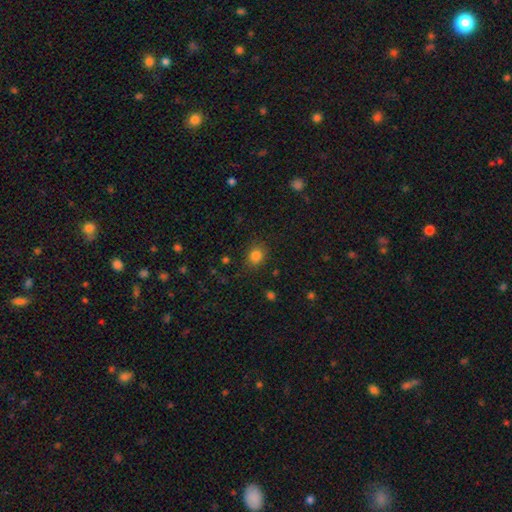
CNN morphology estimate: type=smooth (82%); roundness=round (64%); merging=none (83%).